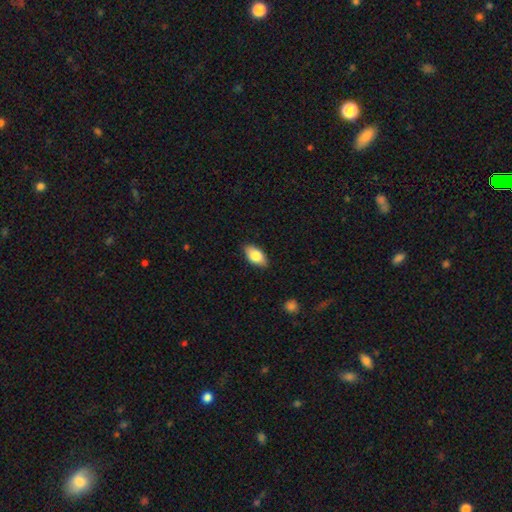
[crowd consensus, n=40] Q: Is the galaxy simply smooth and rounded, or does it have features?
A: smooth — 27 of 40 (68%).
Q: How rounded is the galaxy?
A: in between — 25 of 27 (93%).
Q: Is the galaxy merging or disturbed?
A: none — 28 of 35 (80%).